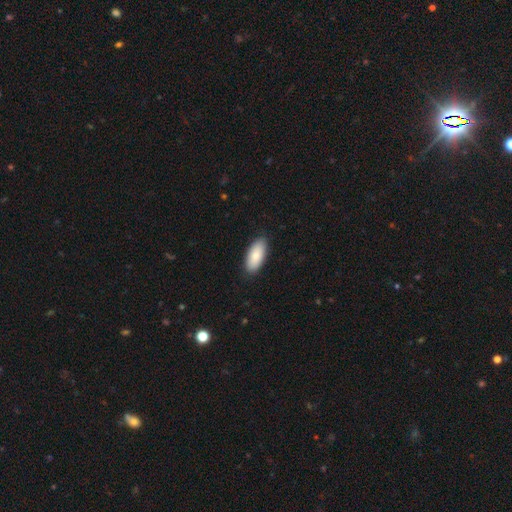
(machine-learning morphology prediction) This appears to be a smooth galaxy with no disk features (83%) that is in between round and cigar-shaped (90%). Merging: none (88%).